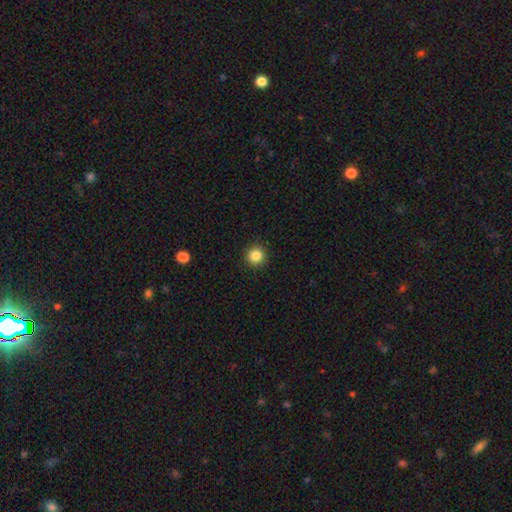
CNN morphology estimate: smooth_or_featured: smooth (p=0.85) [alt: star or artifact p=0.11]
how_rounded: round (p=0.95) [alt: in between p=0.04]
merging: none (p=0.92) [alt: minor disturbance p=0.05]